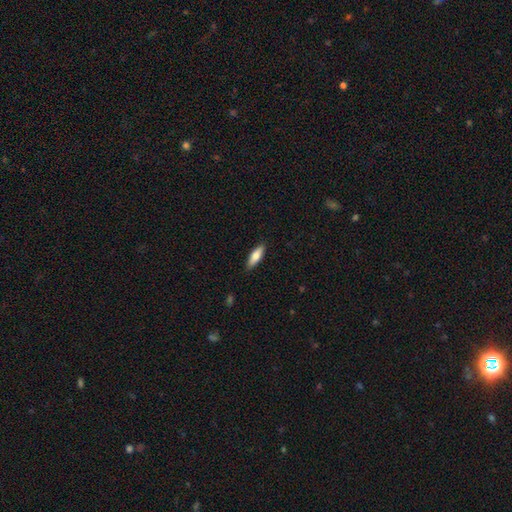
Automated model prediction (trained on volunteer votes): This is likely a smooth galaxy (72%). How rounded: possibly in between (49%, tied with cigar-shaped). Merging: clearly none (88%).